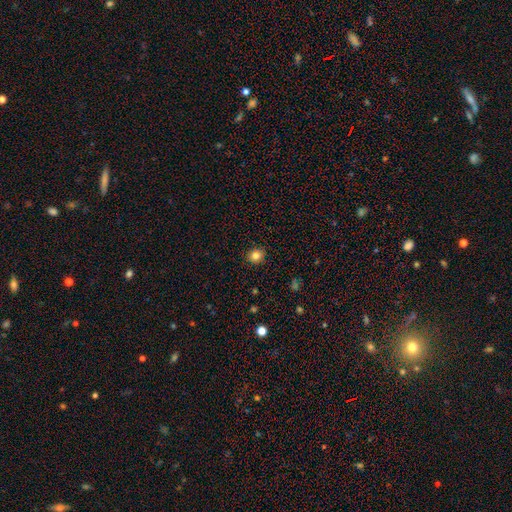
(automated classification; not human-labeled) smooth-or-featured: smooth: 83% | star or artifact: 11% | featured or disk: 6%
  how-rounded: round: 75% | in between: 24% | cigar-shaped: 1%
  merging: none: 91% | minor disturbance: 6% | major disturbance: 2% | merger: 1%